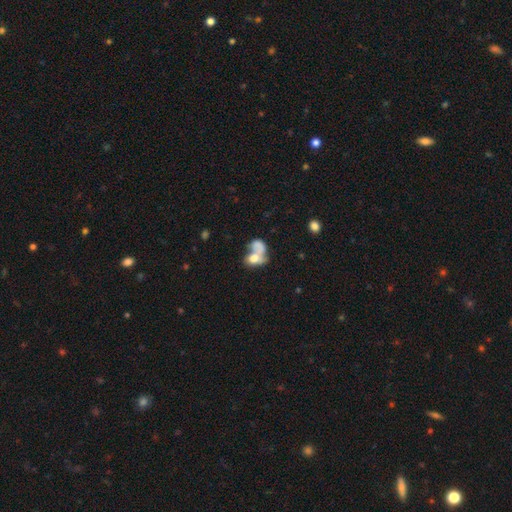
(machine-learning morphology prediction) Smooth or featured?
  - smooth: 57% *
  - featured or disk: 34%
  - star or artifact: 10%
How rounded?
  - in between: 69% *
  - round: 29%
  - cigar-shaped: 2%
Merging?
  - merger: 68% *
  - none: 13%
  - major disturbance: 12%
  - minor disturbance: 7%